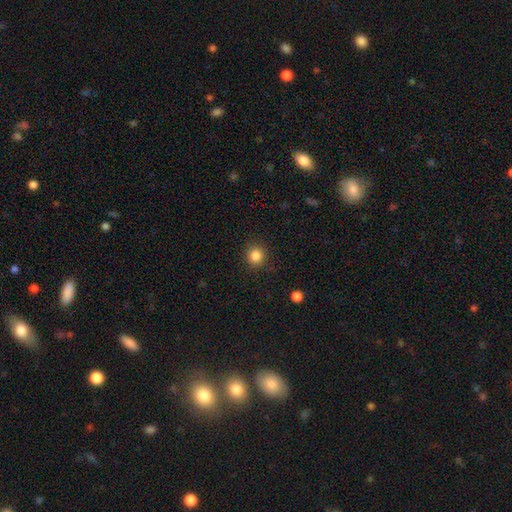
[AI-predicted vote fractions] A smooth galaxy with no disk features (85%) that is round (91%). Merging: none (90%).